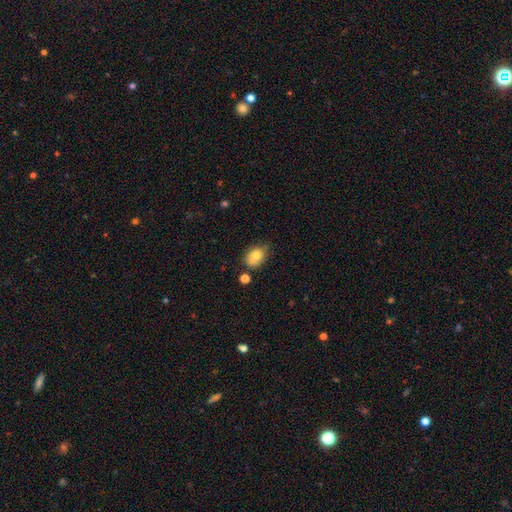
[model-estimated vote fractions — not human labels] smooth_or_featured: smooth (p=0.76) [alt: featured or disk p=0.14]
how_rounded: in between (p=0.63) [alt: round p=0.36]
merging: none (p=0.55) [alt: minor disturbance p=0.28]